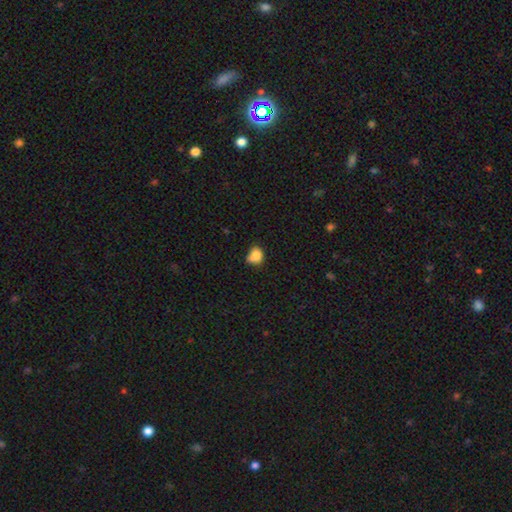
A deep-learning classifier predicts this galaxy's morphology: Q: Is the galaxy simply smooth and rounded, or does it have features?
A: smooth — 84%.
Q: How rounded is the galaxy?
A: round — 50%.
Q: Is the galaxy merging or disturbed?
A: none — 47%.